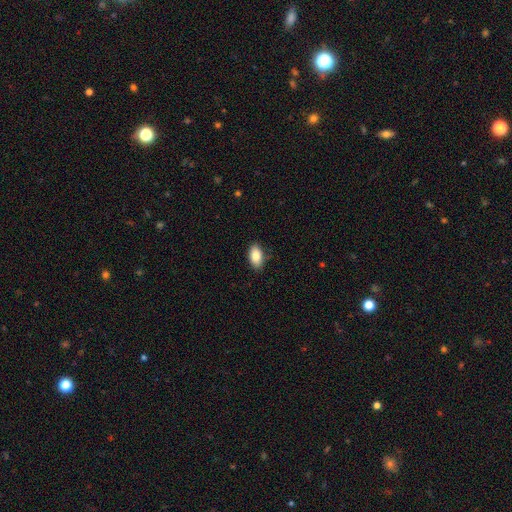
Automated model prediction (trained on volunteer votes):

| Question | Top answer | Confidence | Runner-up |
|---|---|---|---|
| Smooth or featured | smooth | 86% | featured or disk (7%) |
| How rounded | in between | 92% | round (4%) |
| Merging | none | 85% | minor disturbance (12%) |